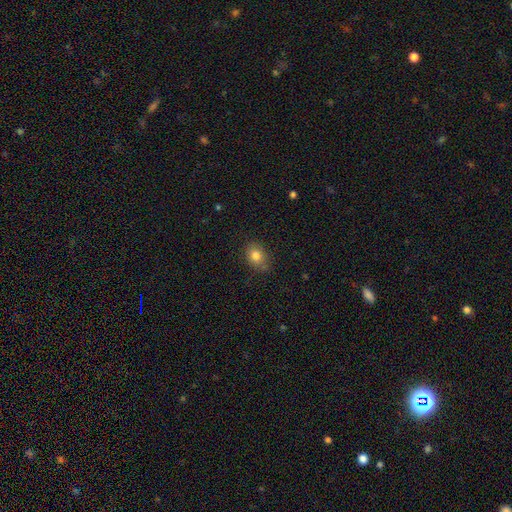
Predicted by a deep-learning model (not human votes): A smooth galaxy with no disk features (81%) that is in between round and cigar-shaped (55%).

Vote fractions:
- Smooth or featured? smooth: 81% / star or artifact: 10% / featured or disk: 8%
- How rounded? in between: 55% / round: 44% / cigar-shaped: 1%
- Merging? none: 76% / minor disturbance: 18% / major disturbance: 4% / merger: 2%